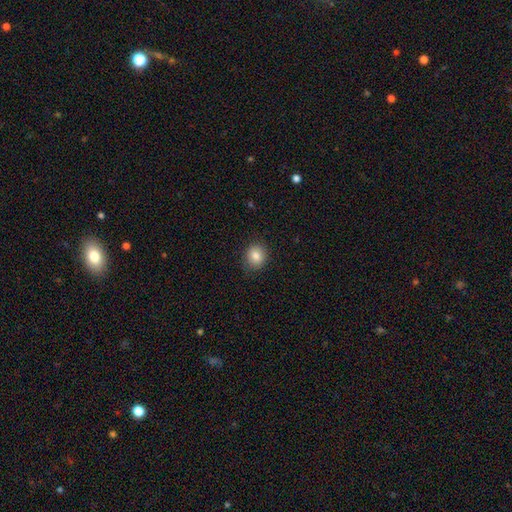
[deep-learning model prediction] A smooth galaxy with no disk features (84%) that is round (72%). Merging: none (86%).